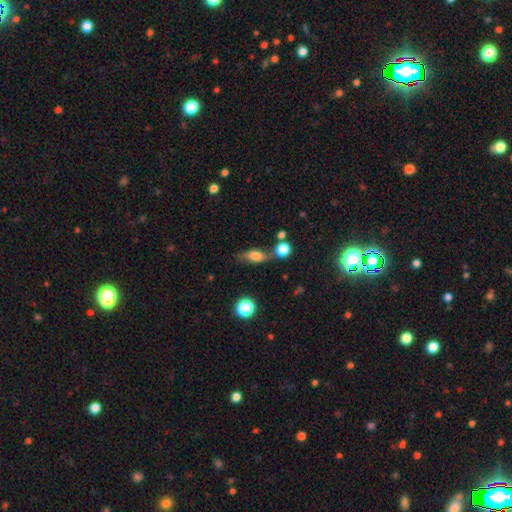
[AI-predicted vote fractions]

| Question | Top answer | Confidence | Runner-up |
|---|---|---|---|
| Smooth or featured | smooth | 55% | featured or disk (34%) |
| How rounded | in between | 63% | cigar-shaped (24%) |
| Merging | none | 57% | minor disturbance (22%) |